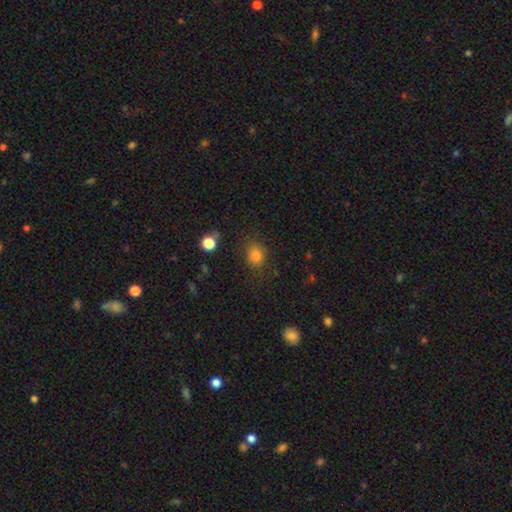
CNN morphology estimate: type=smooth (81%); roundness=round (66%); merging=none (79%).